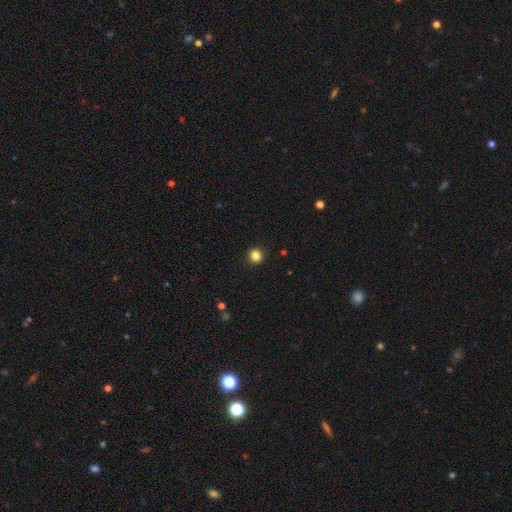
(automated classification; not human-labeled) Smooth or featured?
  - smooth: 84% *
  - star or artifact: 12%
  - featured or disk: 4%
How rounded?
  - round: 93% *
  - in between: 6%
  - cigar-shaped: 1%
Merging?
  - none: 92% *
  - minor disturbance: 5%
  - major disturbance: 2%
  - merger: 1%